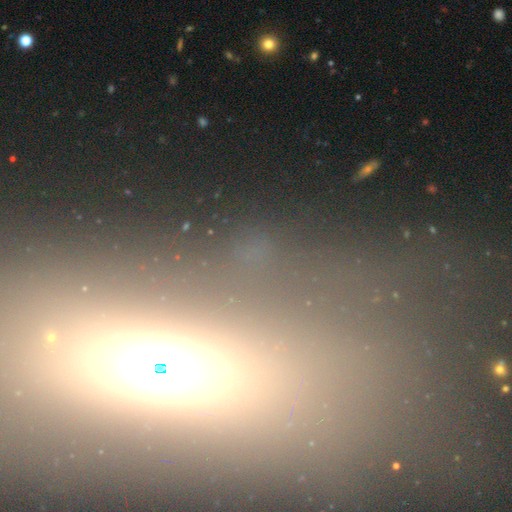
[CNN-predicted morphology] This appears to be a star or artifact, not a galaxy (57%).